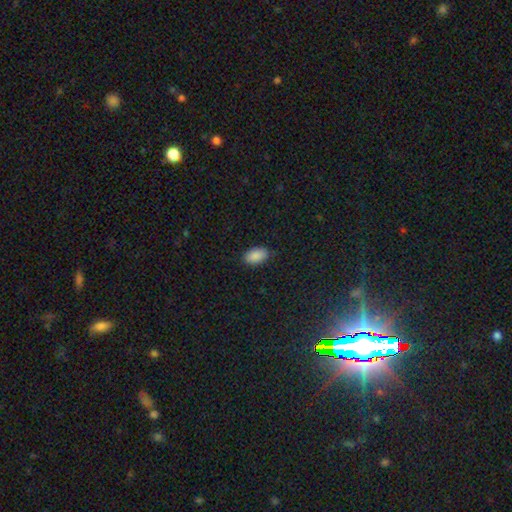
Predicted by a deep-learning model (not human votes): Smooth or featured: smooth — 89% (star or artifact — 7%)
How rounded: in between — 94% (round — 4%)
Merging: none — 86% (minor disturbance — 11%)